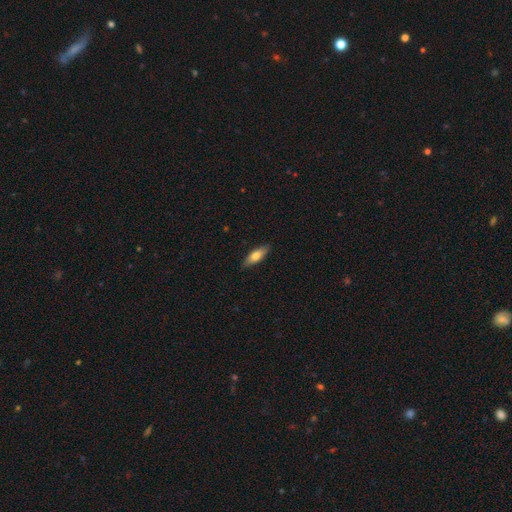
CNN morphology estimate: type=smooth (70%); roundness=in between (58%); merging=none (86%).